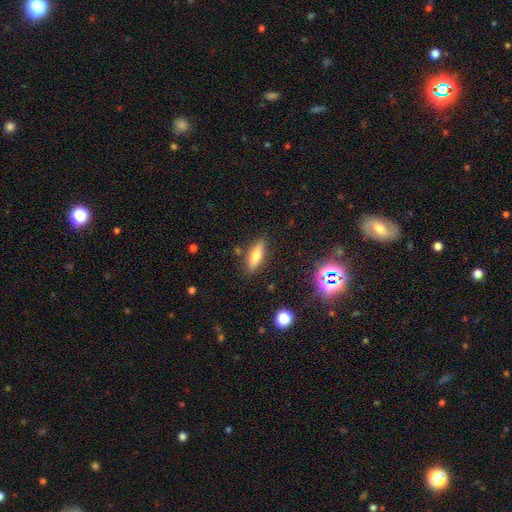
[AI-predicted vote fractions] Q: Smooth or featured?
A: smooth (64%); runner-up: featured or disk (26%)
Q: How rounded?
A: cigar-shaped (49%); runner-up: in between (48%)
Q: Merging?
A: none (84%); runner-up: minor disturbance (10%)